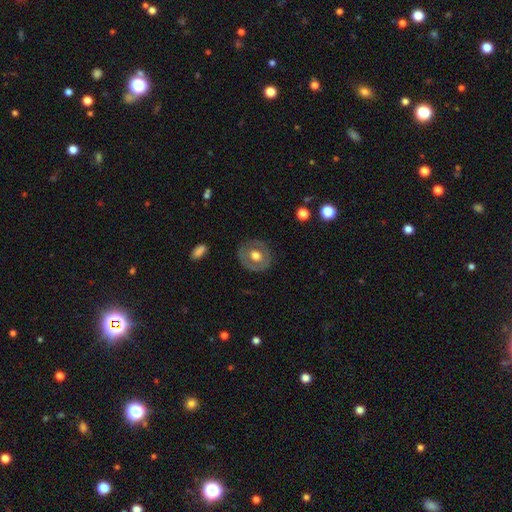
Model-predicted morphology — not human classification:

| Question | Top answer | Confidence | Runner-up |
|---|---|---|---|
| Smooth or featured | smooth | 48% | featured or disk (45%) |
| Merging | none | 82% | minor disturbance (12%) |